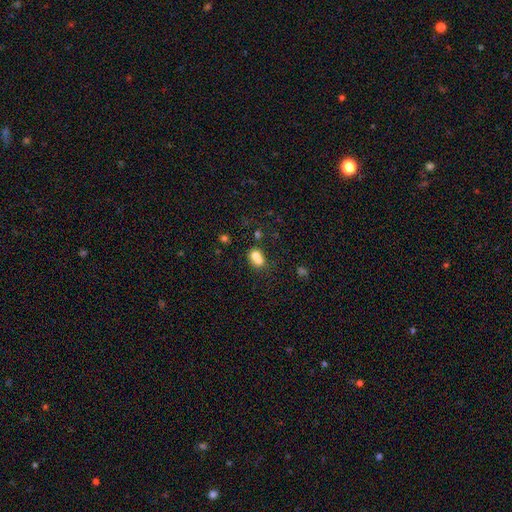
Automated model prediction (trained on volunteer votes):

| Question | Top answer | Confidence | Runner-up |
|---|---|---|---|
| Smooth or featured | smooth | 72% | featured or disk (17%) |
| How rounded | round | 62% | in between (37%) |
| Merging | merger | 62% | none (27%) |